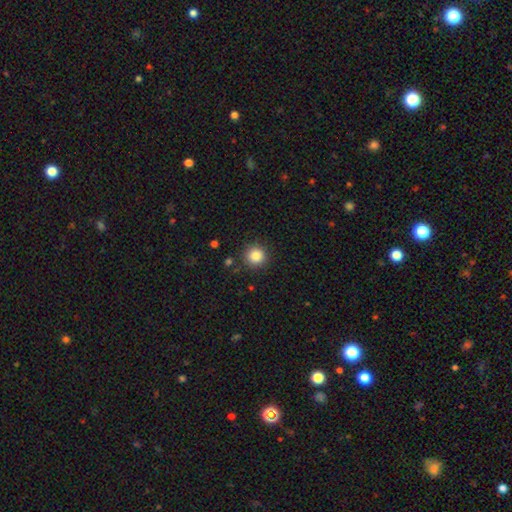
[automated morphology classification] A smooth galaxy with no disk features (85%) that is round (94%).

Vote fractions:
- Smooth or featured? smooth: 85% / star or artifact: 10% / featured or disk: 5%
- How rounded? round: 94% / in between: 5% / cigar-shaped: 1%
- Merging? none: 89% / minor disturbance: 7% / major disturbance: 2% / merger: 2%